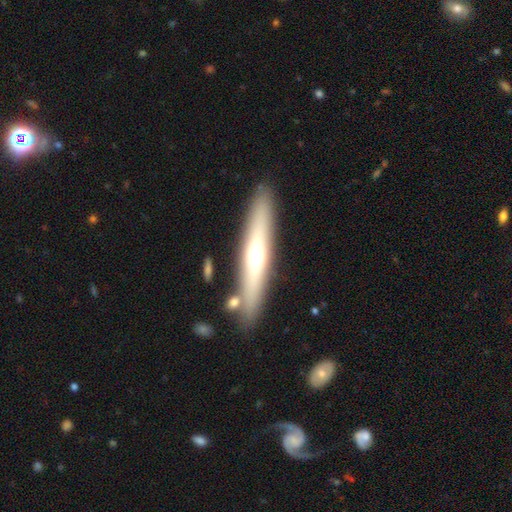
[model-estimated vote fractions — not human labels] Overall: featured or disk (52%; smooth 42%). Edge-on disk: yes (88%). Merging: none (85%).